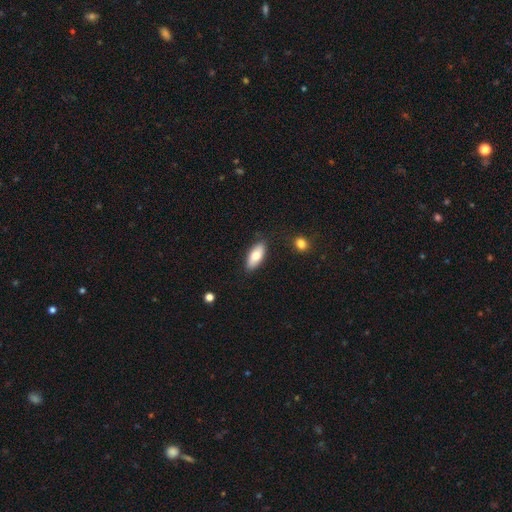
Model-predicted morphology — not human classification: smooth 75%, featured or disk 19%, star or artifact 6%. Down the decision tree: how rounded — in between (84%); merging — none (85%).